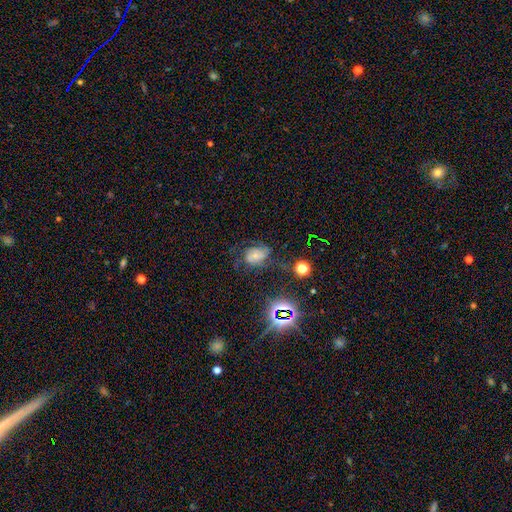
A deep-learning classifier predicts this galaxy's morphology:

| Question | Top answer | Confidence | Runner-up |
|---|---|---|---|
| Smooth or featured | featured or disk | 44% | smooth (33%) |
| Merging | none | 45% | minor disturbance (27%) |